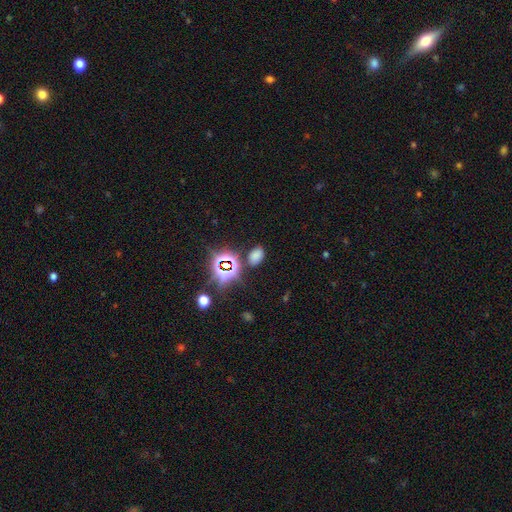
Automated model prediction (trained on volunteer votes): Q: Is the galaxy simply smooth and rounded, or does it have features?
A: smooth — 61%.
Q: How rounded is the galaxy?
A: in between — 85%.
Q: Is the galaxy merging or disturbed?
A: none — 83%.